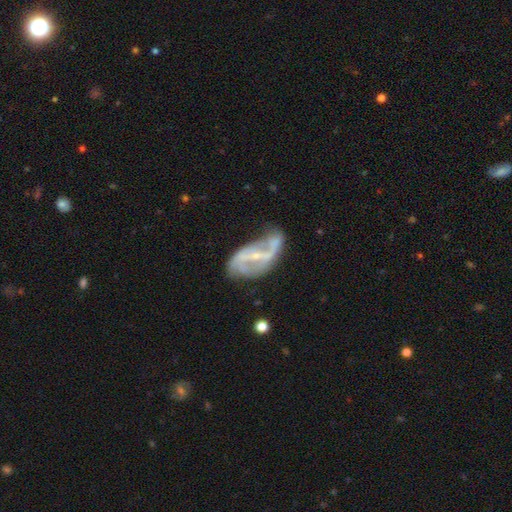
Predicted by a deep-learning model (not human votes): The model was most divided on "bar": strong: 41%, weak: 36%, no: 23%. Remaining: edge-on disk — no (93%); smooth or featured — featured or disk (80%); spiral arms — yes (79%); spiral arm count — 2 (74%); bulge size — small (73%); spiral winding — loose (54%); merging — none (40%).